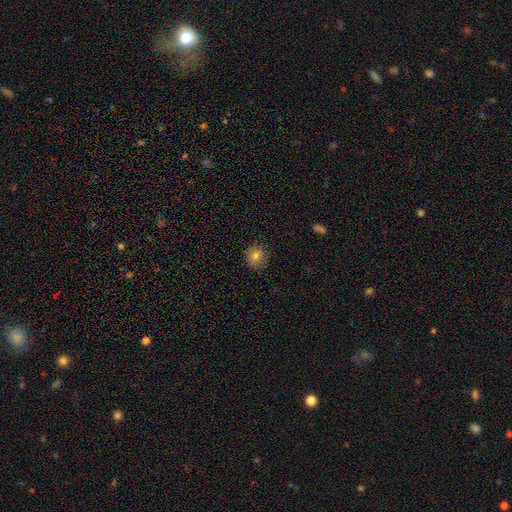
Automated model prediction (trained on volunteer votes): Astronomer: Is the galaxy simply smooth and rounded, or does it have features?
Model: smooth — 79%.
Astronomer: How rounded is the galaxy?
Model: round — 90%.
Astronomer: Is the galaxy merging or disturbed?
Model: none — 87%.